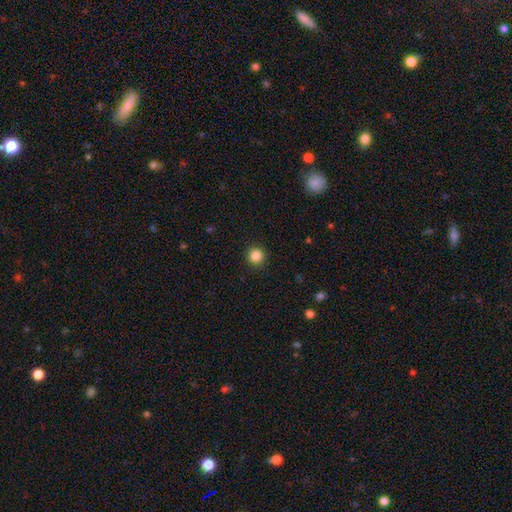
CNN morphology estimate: smooth-or-featured: smooth: 86% | star or artifact: 11% | featured or disk: 3%
  how-rounded: round: 95% | in between: 4% | cigar-shaped: 1%
  merging: none: 93% | minor disturbance: 5% | major disturbance: 2% | merger: 1%